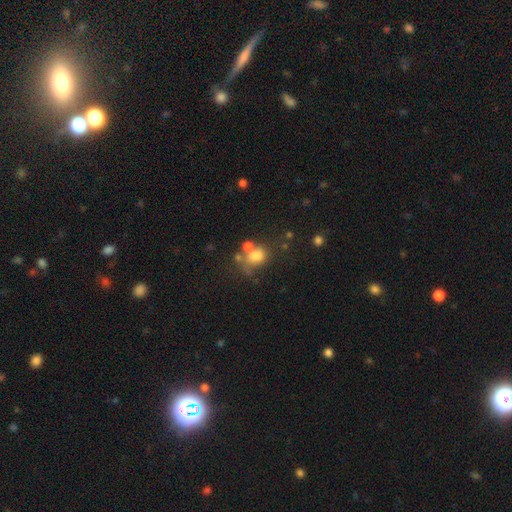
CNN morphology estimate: Smooth or featured? smooth (67%)
How rounded? in between (60%)
Merging? merger (33%)